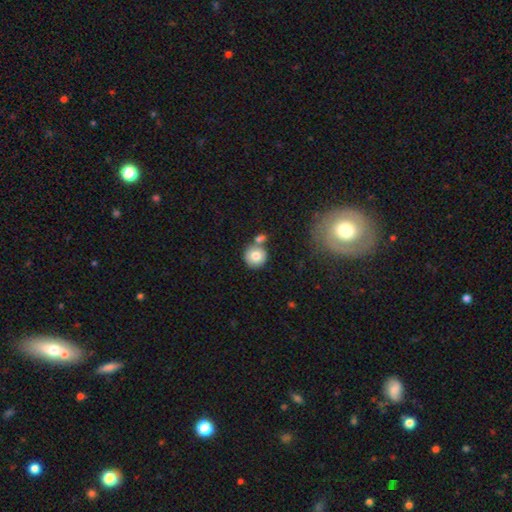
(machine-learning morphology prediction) Smooth or featured?
  - smooth: 78% *
  - featured or disk: 14%
  - star or artifact: 9%
How rounded?
  - round: 92% *
  - in between: 7%
  - cigar-shaped: 1%
Merging?
  - none: 65% *
  - merger: 21%
  - minor disturbance: 11%
  - major disturbance: 3%